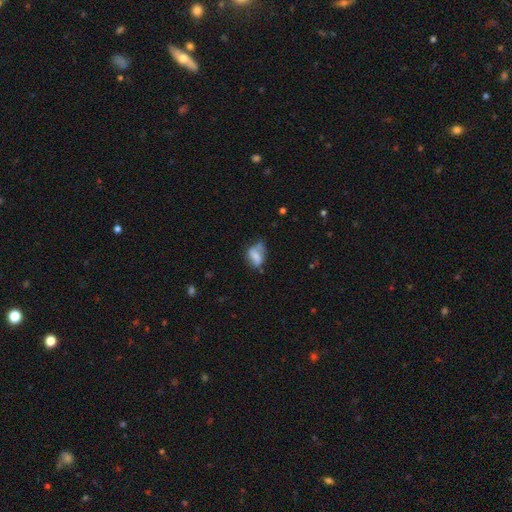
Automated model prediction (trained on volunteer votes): Morphology: type=smooth (60%); roundness=in between (78%); merging=none (34%).